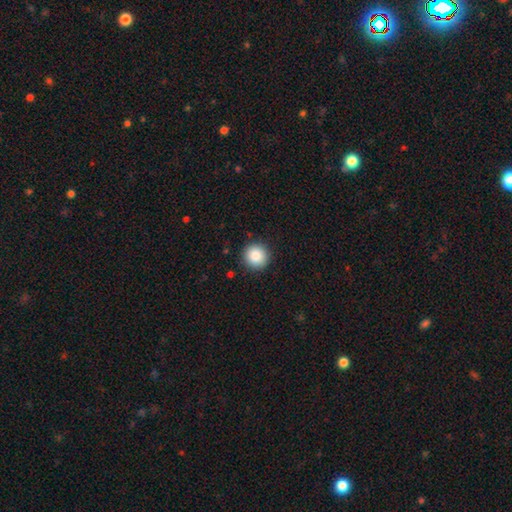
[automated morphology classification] smooth 86%, star or artifact 9%, featured or disk 5%. Down the decision tree: how rounded — round (95%); merging — none (92%).